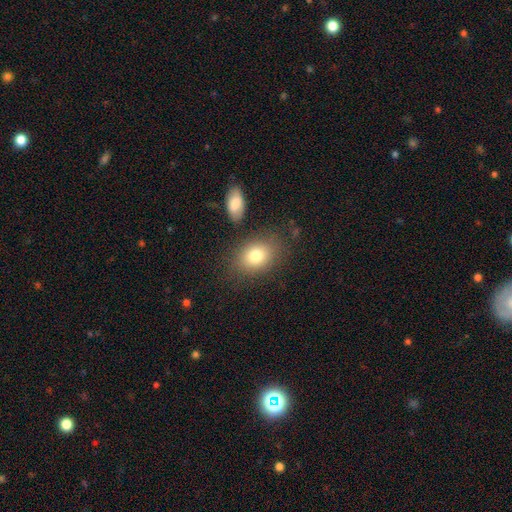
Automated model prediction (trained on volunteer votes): smooth-or-featured: smooth: 80% | featured or disk: 11% | star or artifact: 10%
  how-rounded: in between: 68% | round: 31% | cigar-shaped: 1%
  merging: none: 76% | minor disturbance: 13% | merger: 6% | major disturbance: 5%